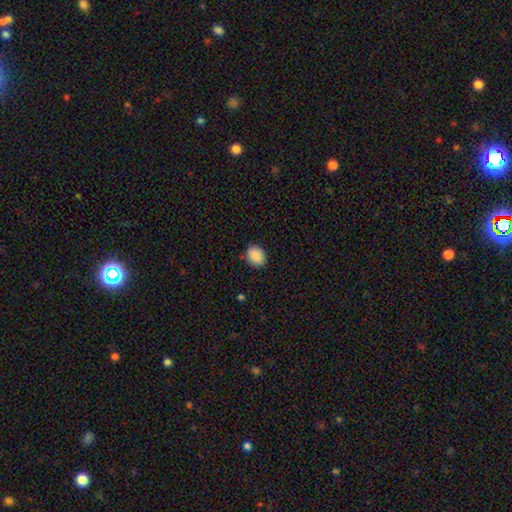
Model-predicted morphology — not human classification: This is clearly a smooth galaxy (87%). How rounded: possibly round (54%). Merging: clearly none (88%).